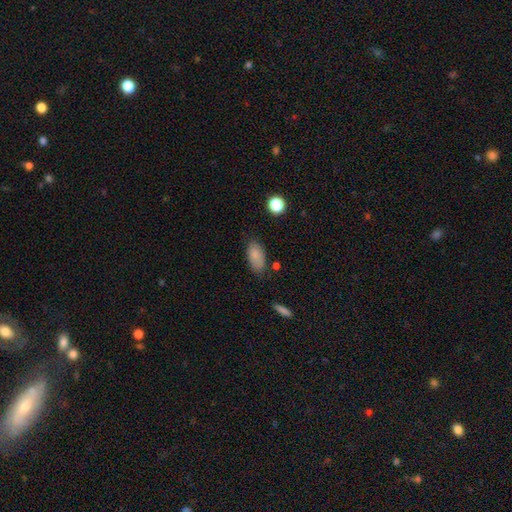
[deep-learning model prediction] smooth-or-featured: smooth: 84% | star or artifact: 8% | featured or disk: 8%
  how-rounded: in between: 91% | cigar-shaped: 5% | round: 4%
  merging: none: 75% | minor disturbance: 18% | major disturbance: 4% | merger: 3%